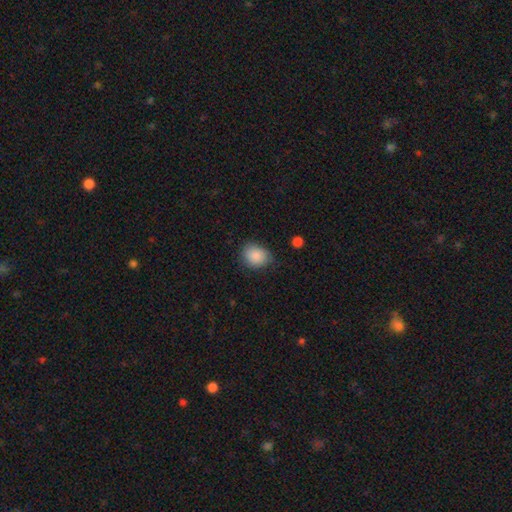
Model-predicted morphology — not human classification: Smooth or featured?
  - smooth: 87% *
  - star or artifact: 8%
  - featured or disk: 5%
How rounded?
  - round: 55% *
  - in between: 44%
  - cigar-shaped: 1%
Merging?
  - none: 70% *
  - minor disturbance: 24%
  - major disturbance: 5%
  - merger: 2%